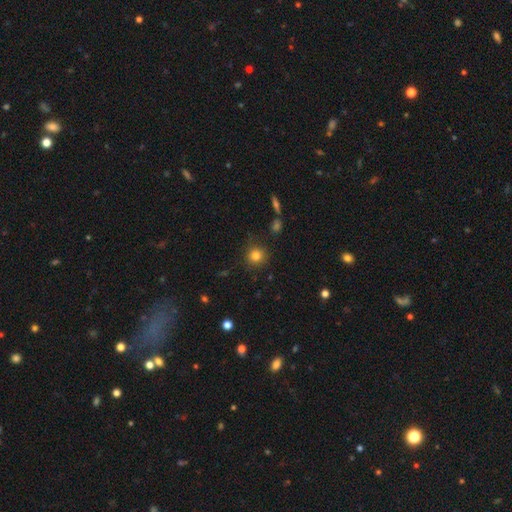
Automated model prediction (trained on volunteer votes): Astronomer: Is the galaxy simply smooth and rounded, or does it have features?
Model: smooth — 82%.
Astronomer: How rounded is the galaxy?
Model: round — 92%.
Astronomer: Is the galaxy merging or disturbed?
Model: none — 85%.